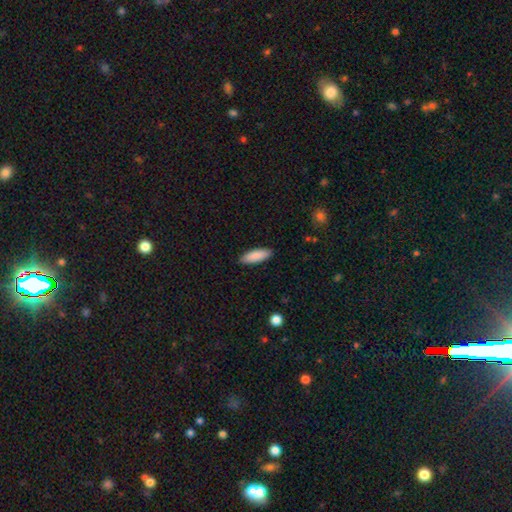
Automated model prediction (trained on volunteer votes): The model was most divided on "how rounded": in between: 57%, cigar-shaped: 41%, round: 2%. More confident: merging — none (90%); smooth or featured — smooth (88%).